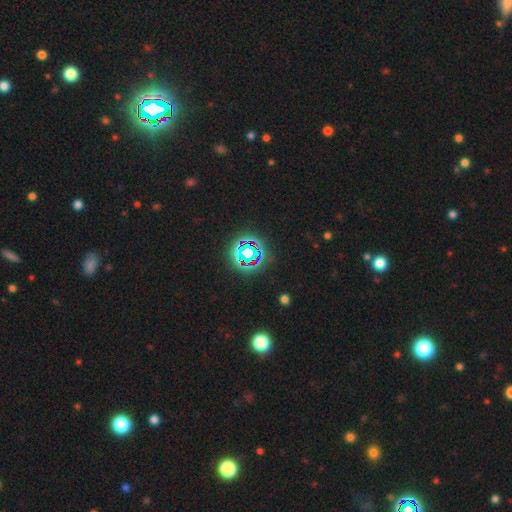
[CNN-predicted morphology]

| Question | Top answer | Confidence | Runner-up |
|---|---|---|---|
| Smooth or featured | star or artifact | 79% | smooth (13%) |